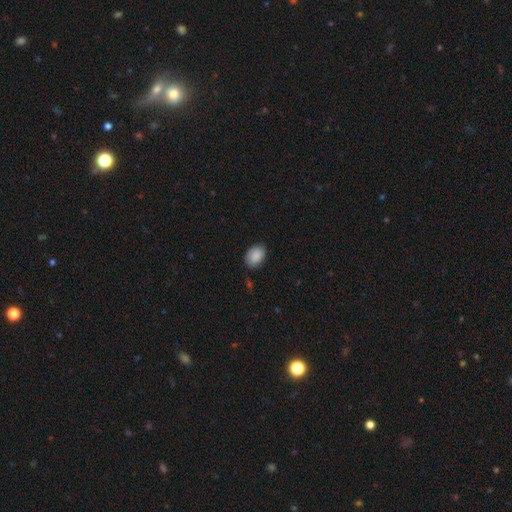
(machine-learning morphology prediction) type=smooth (88%); roundness=in between (79%); merging=none (79%).